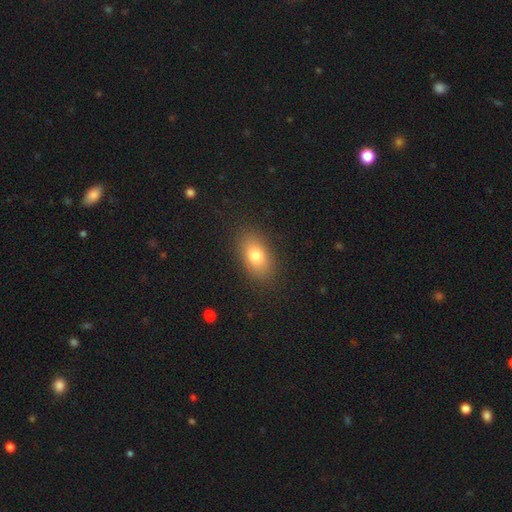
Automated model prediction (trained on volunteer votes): The model was most divided on "smooth or featured": smooth: 79%, featured or disk: 12%, star or artifact: 9%. More confident: how rounded — in between (88%); merging — none (86%).